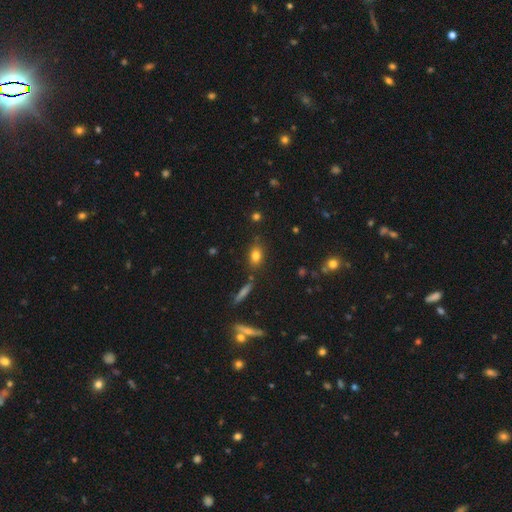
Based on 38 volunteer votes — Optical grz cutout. It shows a smooth galaxy with no disk features (82%) that is in between round and cigar-shaped (58%). Merging: none (74%).